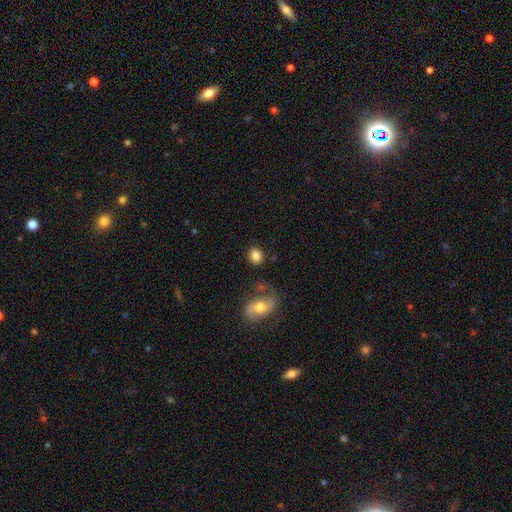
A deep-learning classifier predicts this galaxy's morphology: Smooth or featured? Predicted: smooth (p=0.84). How rounded? Predicted: round (p=0.63). Merging? Predicted: none (p=0.79).